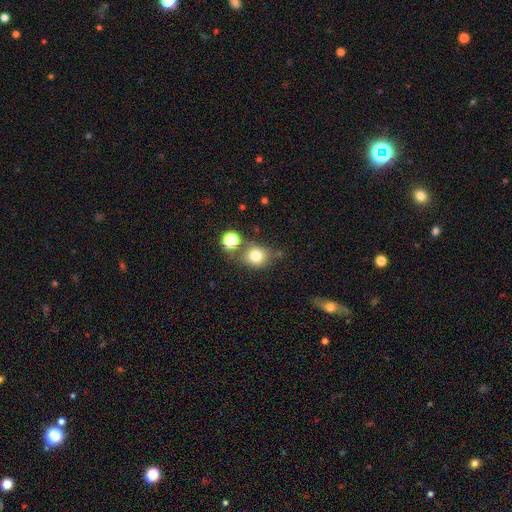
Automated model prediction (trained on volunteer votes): smooth 77%, star or artifact 12%, featured or disk 11%. Down the decision tree: how rounded — round (70%); merging — none (63%).